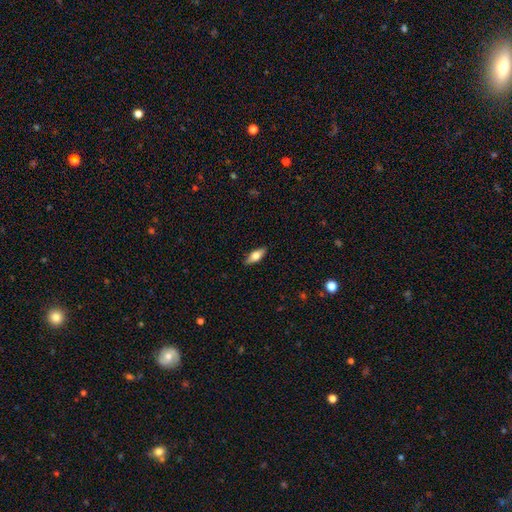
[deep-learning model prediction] Smooth or featured?
  - smooth: 62% *
  - featured or disk: 31%
  - star or artifact: 7%
How rounded?
  - in between: 70% *
  - cigar-shaped: 27%
  - round: 3%
Merging?
  - none: 87% *
  - minor disturbance: 10%
  - major disturbance: 2%
  - merger: 1%